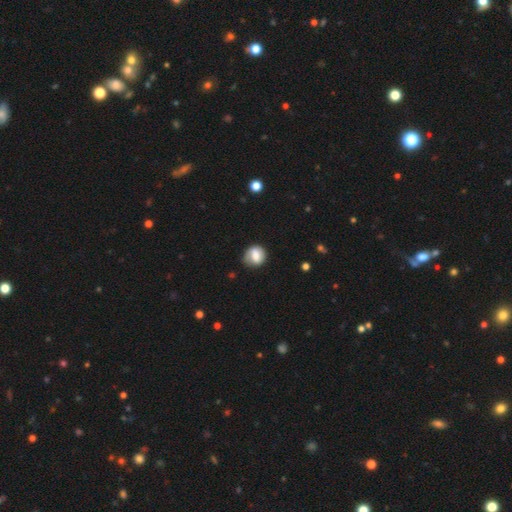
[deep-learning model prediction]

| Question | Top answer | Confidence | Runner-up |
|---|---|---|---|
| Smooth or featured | smooth | 71% | featured or disk (21%) |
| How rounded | round | 70% | in between (29%) |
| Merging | none | 61% | minor disturbance (27%) |